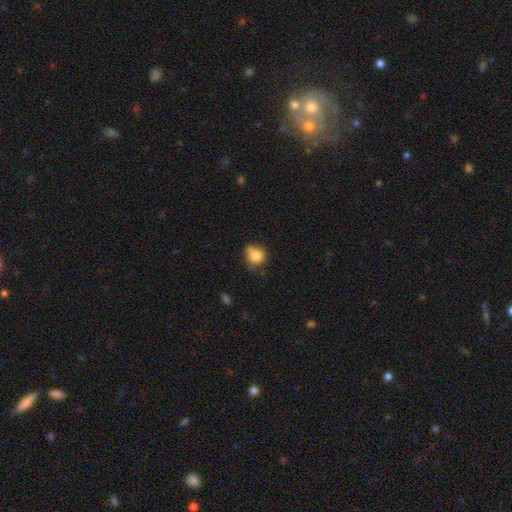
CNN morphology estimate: Smooth or featured? Predicted: smooth (p=0.81). How rounded? Predicted: round (p=0.78). Merging? Predicted: none (p=0.55).